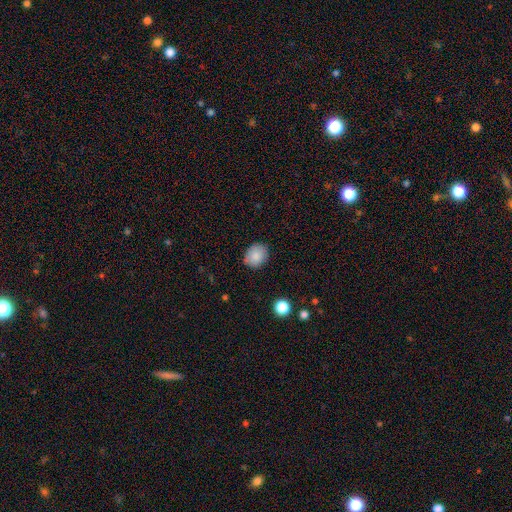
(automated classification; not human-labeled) Smooth or featured? Predicted: smooth (p=0.86). How rounded? Predicted: round (p=0.56). Merging? Predicted: none (p=0.83).